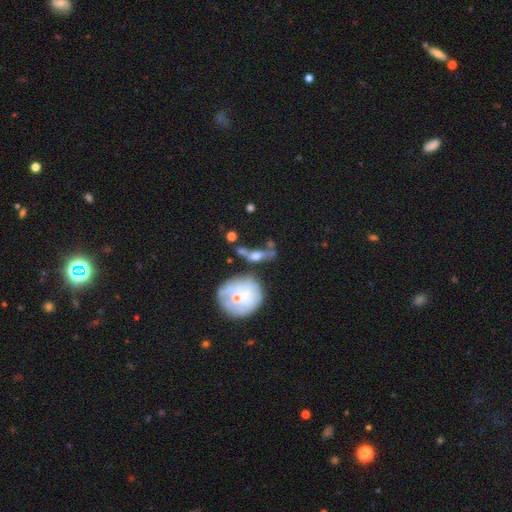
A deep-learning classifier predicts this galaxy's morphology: Q: Smooth or featured?
A: featured or disk (59%); runner-up: smooth (31%)
Q: Edge-on disk?
A: yes (52%); runner-up: no (48%)
Q: Merging?
A: none (43%); runner-up: merger (21%)